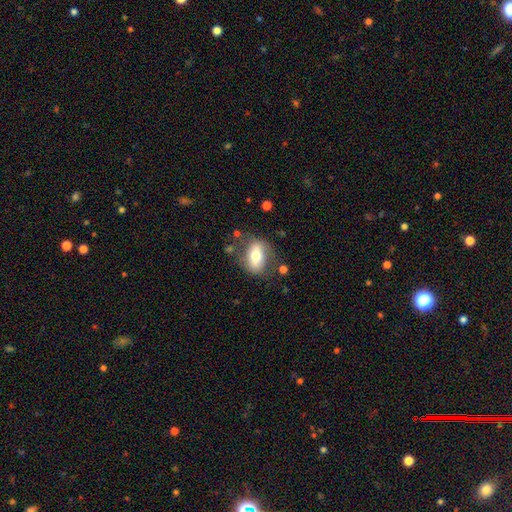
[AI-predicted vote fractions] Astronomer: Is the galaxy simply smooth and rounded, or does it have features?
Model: smooth — 60%.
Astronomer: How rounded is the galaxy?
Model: in between — 78%.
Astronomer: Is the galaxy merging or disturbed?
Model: none — 69%.